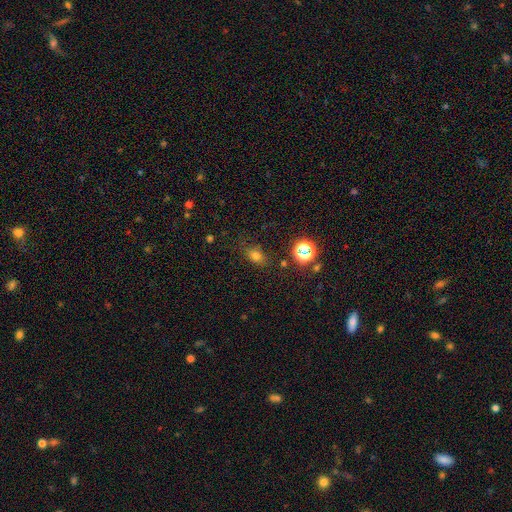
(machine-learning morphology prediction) type=smooth (71%); roundness=in between (62%); merging=none (74%).